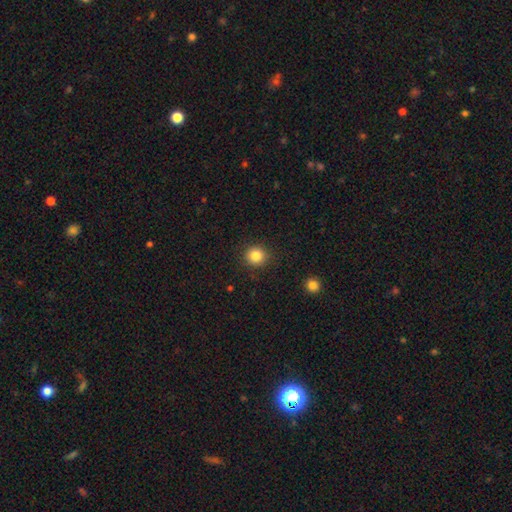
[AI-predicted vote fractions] A smooth galaxy with no disk features (84%) that is round (92%).

Vote fractions:
- Smooth or featured? smooth: 84% / star or artifact: 11% / featured or disk: 5%
- How rounded? round: 92% / in between: 8% / cigar-shaped: 1%
- Merging? none: 90% / minor disturbance: 6% / major disturbance: 2% / merger: 1%